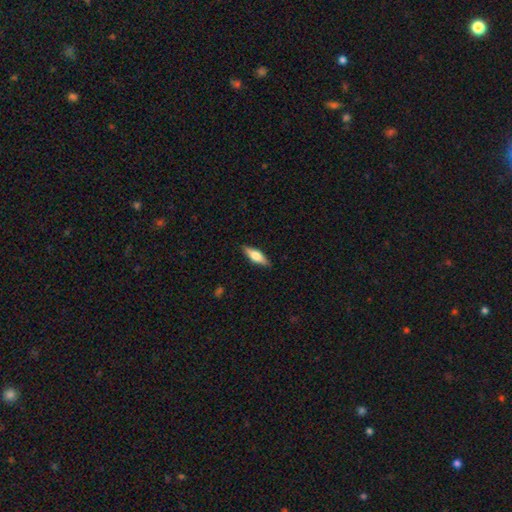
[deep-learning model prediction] Smooth or featured?
  - smooth: 58% *
  - featured or disk: 36%
  - star or artifact: 6%
How rounded?
  - in between: 50% *
  - cigar-shaped: 47%
  - round: 2%
Merging?
  - none: 87% *
  - minor disturbance: 10%
  - major disturbance: 2%
  - merger: 1%